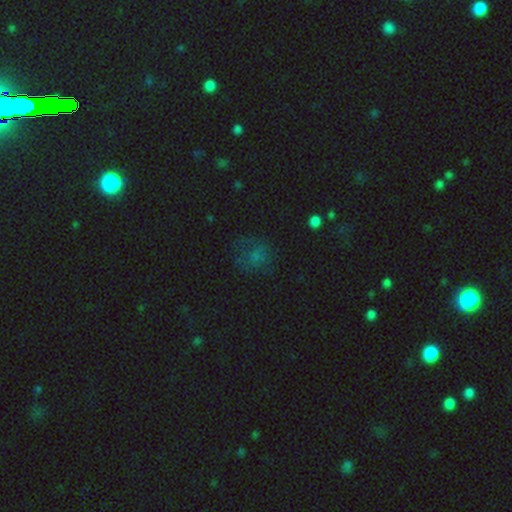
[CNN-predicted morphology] This appears to be a smooth galaxy with no disk features (54%) that is round (71%). Merging: none (53%).